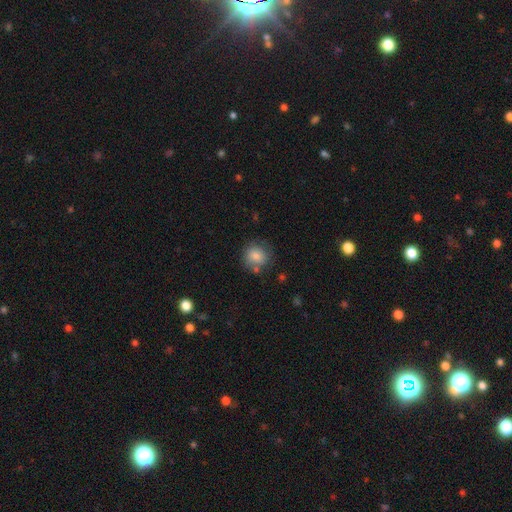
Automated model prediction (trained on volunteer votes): The model was most divided on "merging": none: 73%, minor disturbance: 15%, merger: 7%, major disturbance: 4%. More confident: how rounded — round (87%); smooth or featured — smooth (81%).